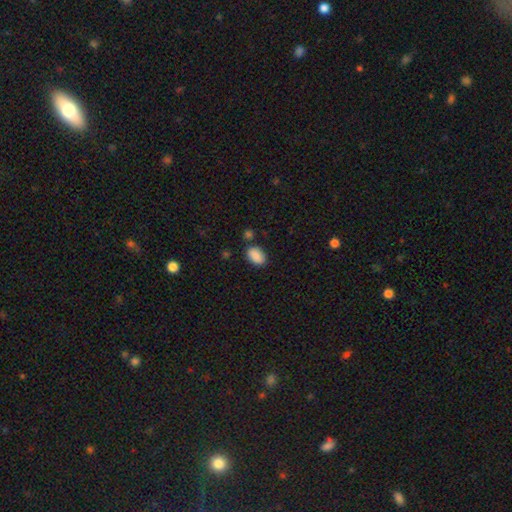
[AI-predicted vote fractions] smooth-or-featured: smooth: 89% | star or artifact: 8% | featured or disk: 3%
  how-rounded: in between: 88% | round: 11% | cigar-shaped: 1%
  merging: none: 78% | minor disturbance: 13% | merger: 6% | major disturbance: 3%